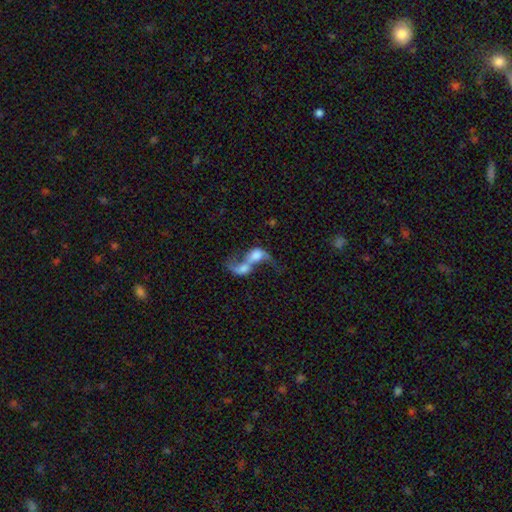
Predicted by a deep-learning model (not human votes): Q: Smooth or featured?
A: featured or disk (48%); runner-up: smooth (42%)
Q: Merging?
A: merger (80%); runner-up: major disturbance (11%)